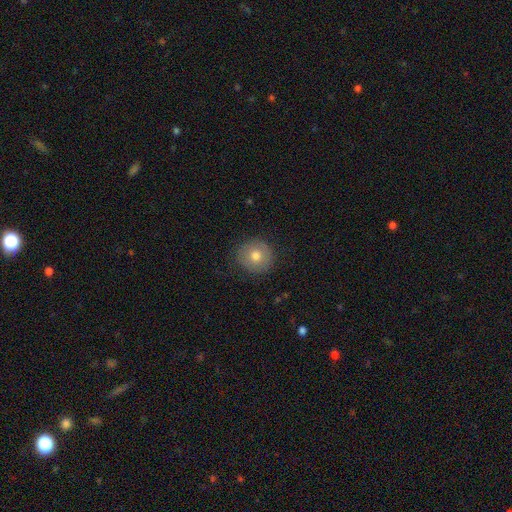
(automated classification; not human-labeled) The model was most divided on "smooth or featured": smooth: 72%, featured or disk: 19%, star or artifact: 9%. More confident: how rounded — round (92%); merging — none (85%).